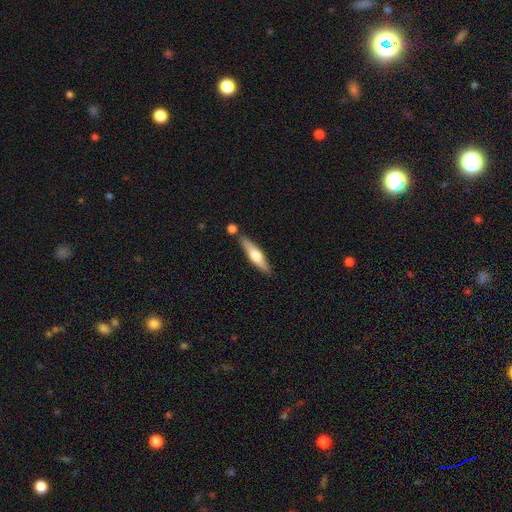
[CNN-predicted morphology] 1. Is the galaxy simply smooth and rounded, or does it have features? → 48% smooth, 47% featured or disk, 5% star or artifact.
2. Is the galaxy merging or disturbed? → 77% none, 12% minor disturbance, 9% merger, 2% major disturbance.